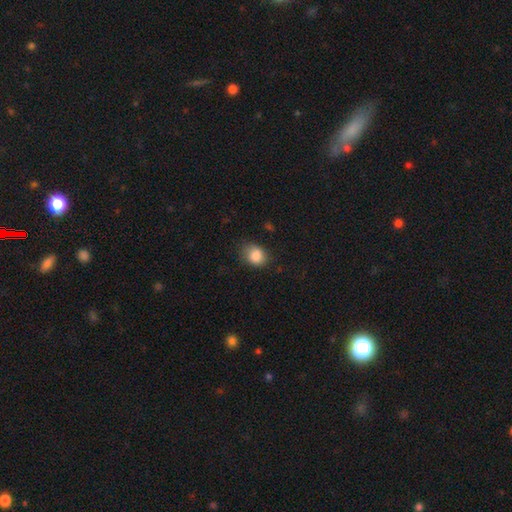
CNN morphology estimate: type=smooth (86%); roundness=in between (51%); merging=none (69%).